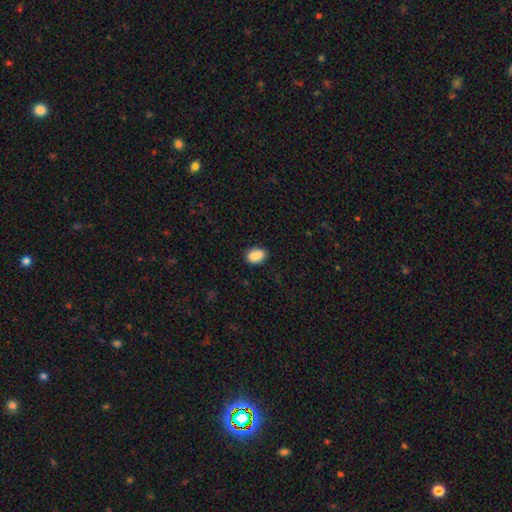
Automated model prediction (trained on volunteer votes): This is clearly a smooth galaxy (90%). How rounded: likely in between (78%). Merging: clearly none (87%).